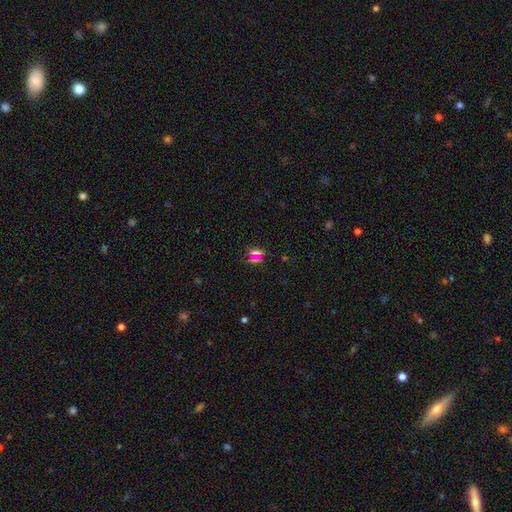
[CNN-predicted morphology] Overall: smooth (48%; star or artifact 41%). Merging: none (75%).